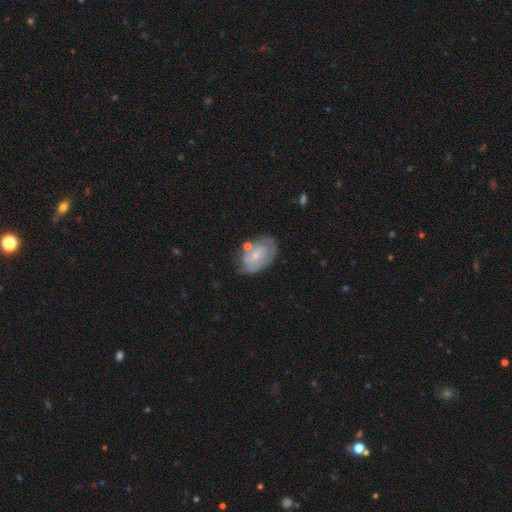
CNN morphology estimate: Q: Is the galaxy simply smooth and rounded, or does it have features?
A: featured or disk — 47%, tied with smooth.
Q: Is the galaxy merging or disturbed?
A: none — 49%.